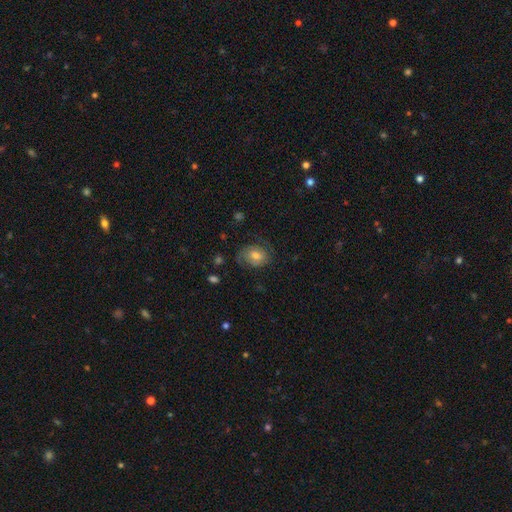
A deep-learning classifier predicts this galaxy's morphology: type=featured or disk (47%); merging=none (68%).